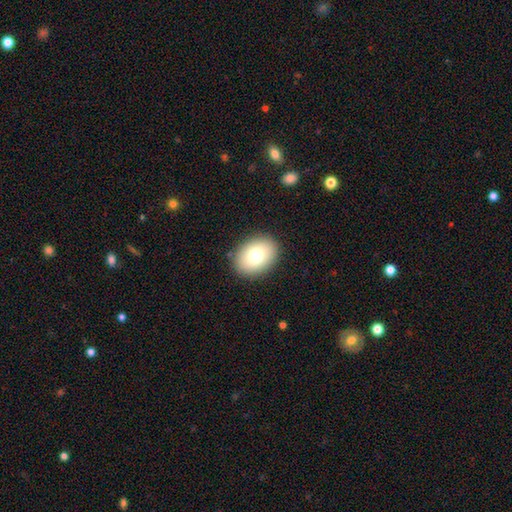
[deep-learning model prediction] A smooth galaxy with no disk features (76%) that is in between round and cigar-shaped (72%). Merging: none (88%).